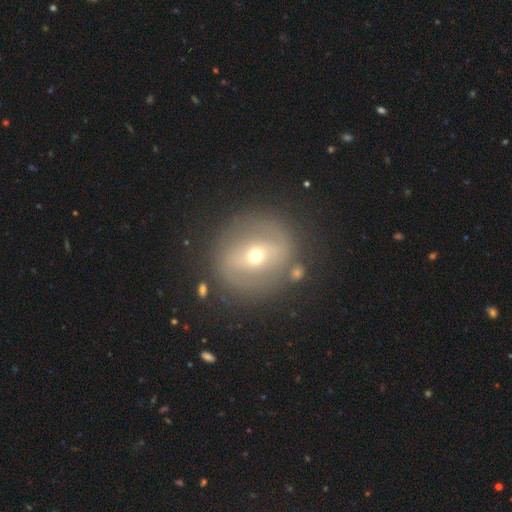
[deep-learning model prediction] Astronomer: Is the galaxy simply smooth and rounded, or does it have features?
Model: featured or disk — 60%.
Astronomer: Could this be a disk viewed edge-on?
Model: no — 93%.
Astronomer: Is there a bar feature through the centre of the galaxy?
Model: strong — 43% (runner-up: weak, 34%).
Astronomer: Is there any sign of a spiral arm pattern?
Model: no — 64%.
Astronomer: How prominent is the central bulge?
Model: moderate — 55% (runner-up: small, 40%).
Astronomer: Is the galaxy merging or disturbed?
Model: none — 83%.